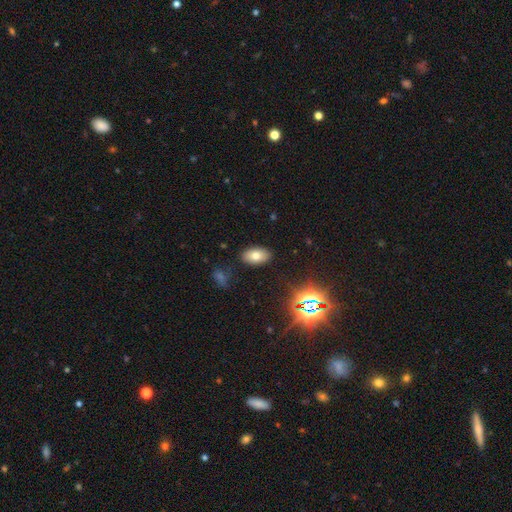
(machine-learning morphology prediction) Q: Smooth or featured?
A: smooth (72%); runner-up: star or artifact (14%)
Q: How rounded?
A: in between (92%); runner-up: round (6%)
Q: Merging?
A: none (86%); runner-up: minor disturbance (9%)